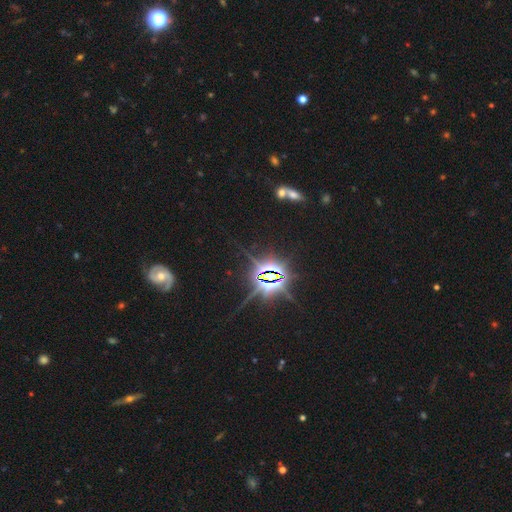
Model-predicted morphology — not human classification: Q: Smooth or featured?
A: star or artifact (78%); runner-up: smooth (14%)